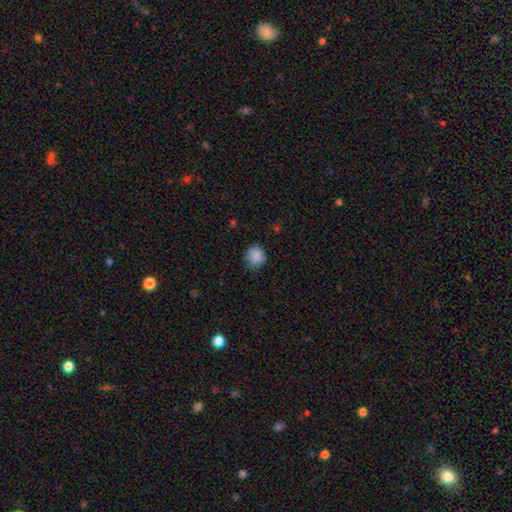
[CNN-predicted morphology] A smooth galaxy with no disk features (86%) that is round (77%). Merging: none (73%).